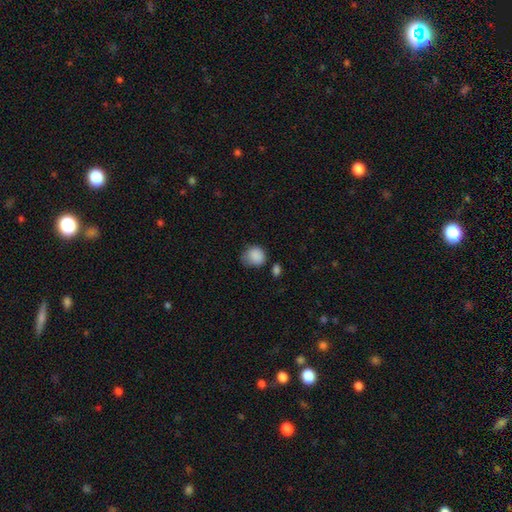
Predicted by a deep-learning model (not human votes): A smooth galaxy with no disk features (87%) that is round (79%). Merging: none (54%).